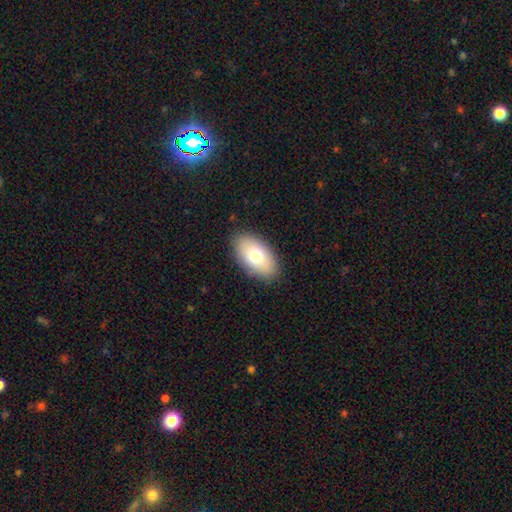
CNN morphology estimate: Q: Smooth or featured?
A: smooth (74%); runner-up: featured or disk (19%)
Q: How rounded?
A: in between (93%); runner-up: round (5%)
Q: Merging?
A: none (87%); runner-up: minor disturbance (10%)